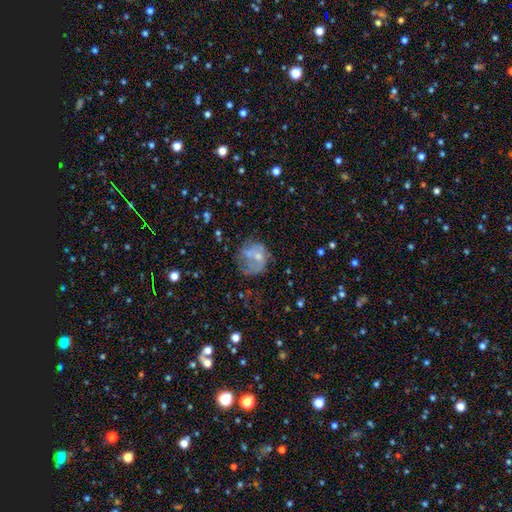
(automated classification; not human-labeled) Smooth or featured: featured or disk — 53% (smooth — 36%)
Edge-on disk: no — 98% (yes — 2%)
Bar: no — 79% (weak — 18%)
Spiral arms: no — 60% (yes — 40%)
Bulge size: small — 42% (moderate — 36%)
Merging: none — 40% (major disturbance — 31%)